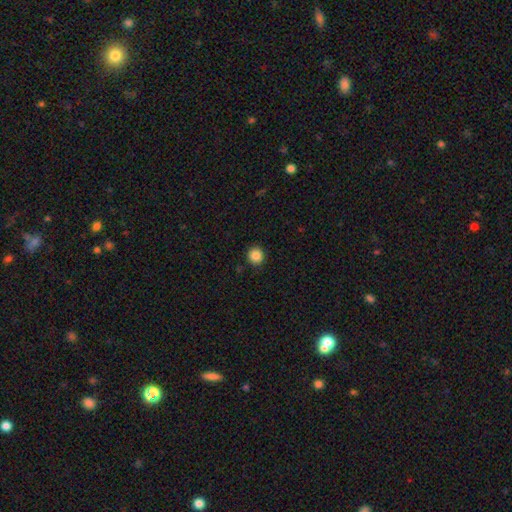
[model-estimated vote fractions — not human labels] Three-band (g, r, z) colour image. It shows a smooth galaxy with no disk features (86%) that is round (92%). Merging: none (91%).